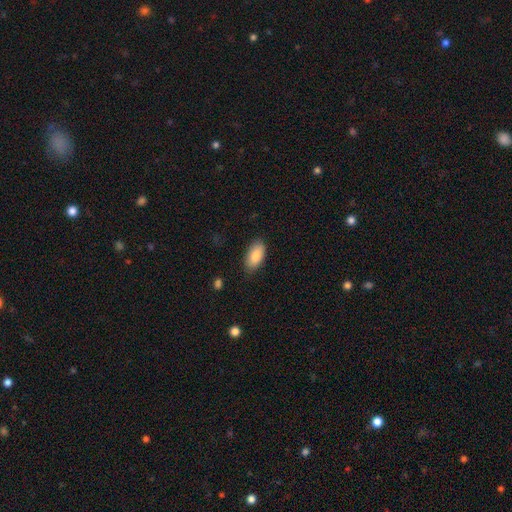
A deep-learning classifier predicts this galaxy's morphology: Smooth or featured: smooth — 87% (featured or disk — 7%)
How rounded: in between — 93% (cigar-shaped — 5%)
Merging: none — 84% (minor disturbance — 13%)